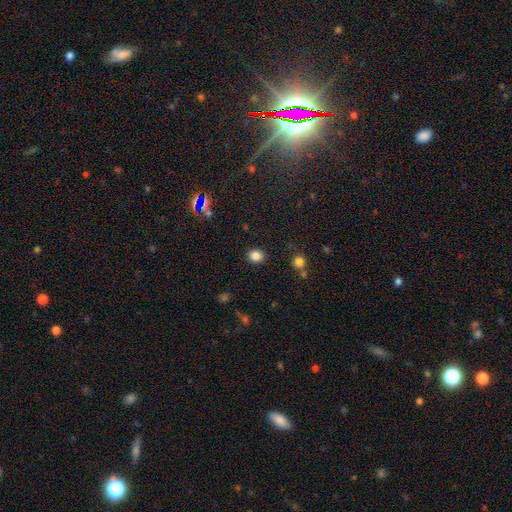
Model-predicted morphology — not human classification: Smooth or featured: smooth — 84% (star or artifact — 12%)
How rounded: round — 69% (in between — 30%)
Merging: none — 88% (minor disturbance — 7%)